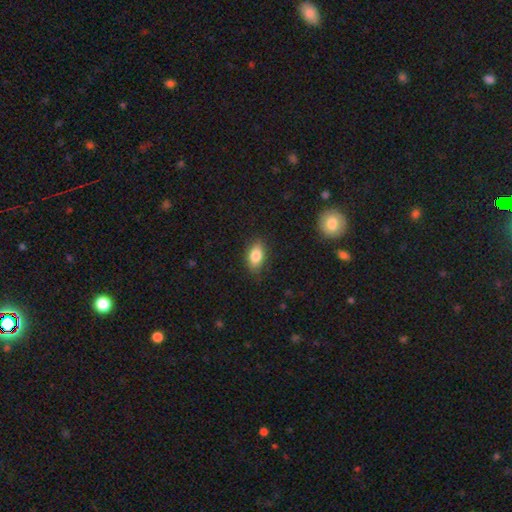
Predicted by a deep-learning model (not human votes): The model was most divided on "merging": none: 84%, minor disturbance: 13%, major disturbance: 3%, merger: 1%. More confident: how rounded — in between (89%); smooth or featured — smooth (83%).